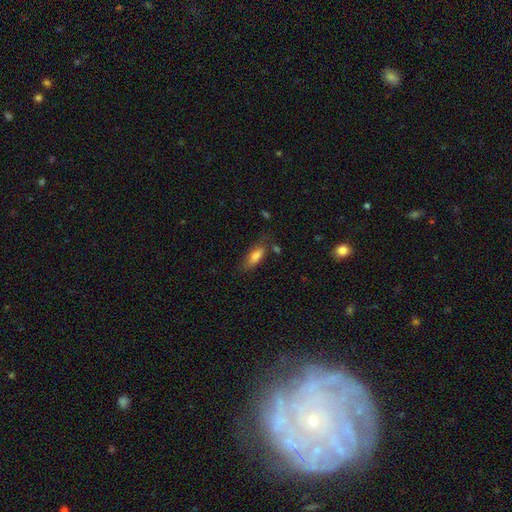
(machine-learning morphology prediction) Q: Smooth or featured?
A: smooth (76%); runner-up: featured or disk (16%)
Q: How rounded?
A: in between (70%); runner-up: cigar-shaped (27%)
Q: Merging?
A: none (64%); runner-up: minor disturbance (23%)